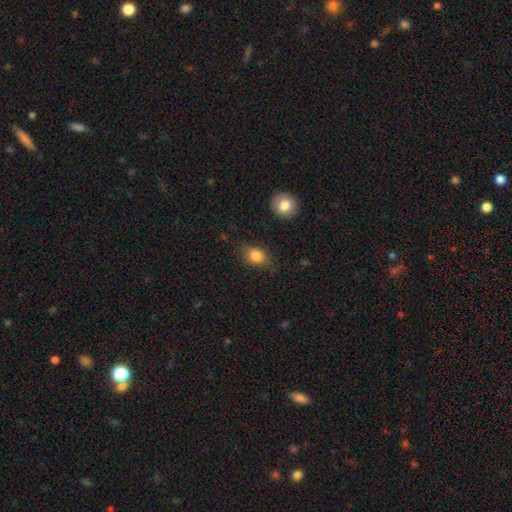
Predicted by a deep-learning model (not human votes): Q: Smooth or featured?
A: smooth (83%); runner-up: star or artifact (9%)
Q: How rounded?
A: in between (67%); runner-up: round (31%)
Q: Merging?
A: none (71%); runner-up: minor disturbance (21%)